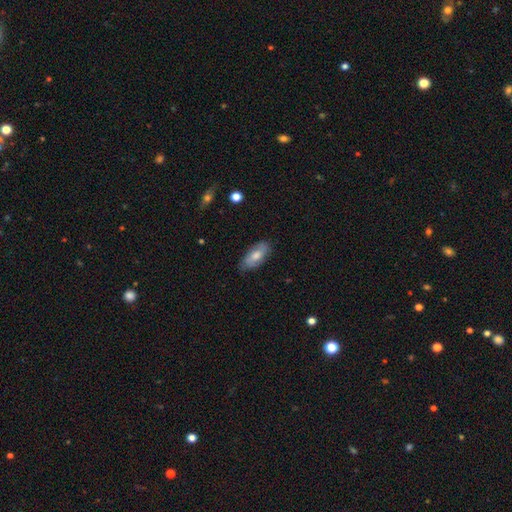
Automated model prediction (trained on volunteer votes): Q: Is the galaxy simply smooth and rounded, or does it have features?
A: smooth — 66%.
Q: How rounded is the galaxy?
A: in between — 88%.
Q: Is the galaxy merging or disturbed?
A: none — 78%.